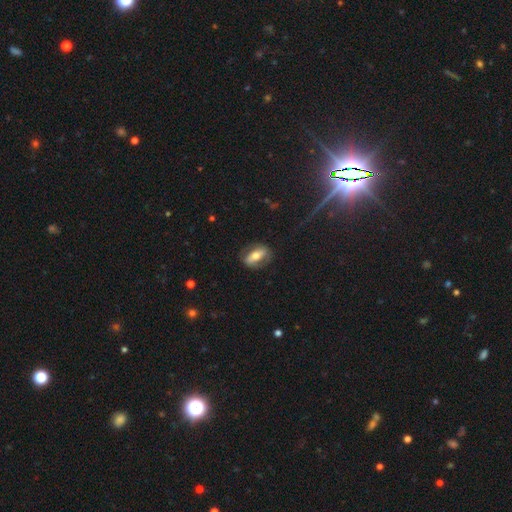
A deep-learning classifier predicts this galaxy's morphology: Smooth or featured? Predicted: smooth (p=0.47). Merging? Predicted: none (p=0.77).